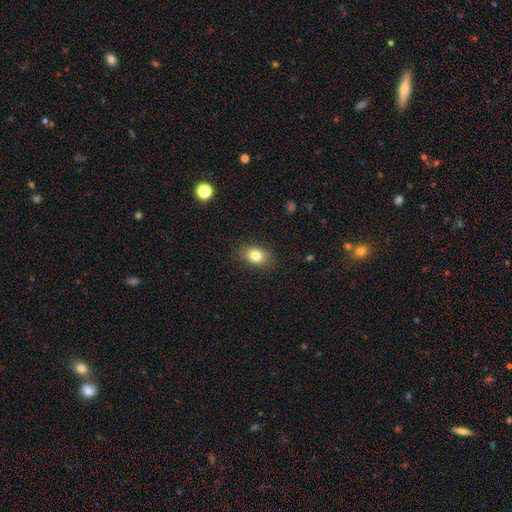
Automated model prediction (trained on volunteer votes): Smooth or featured? smooth (81%)
How rounded? in between (75%)
Merging? none (87%)